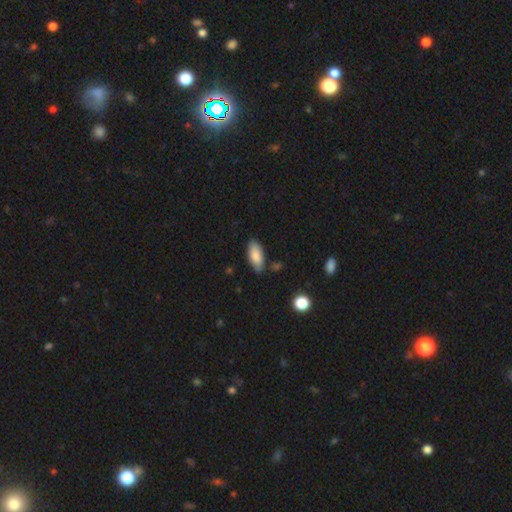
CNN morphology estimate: The model was most divided on "merging": none: 76%, minor disturbance: 18%, merger: 3%, major disturbance: 3%. More confident: how rounded — in between (88%); smooth or featured — smooth (84%).